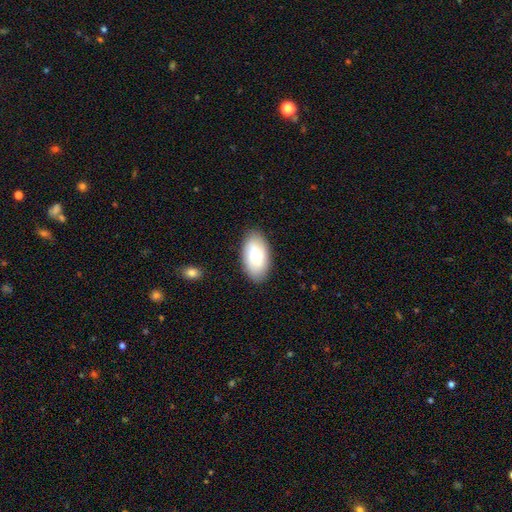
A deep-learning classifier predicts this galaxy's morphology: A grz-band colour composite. It shows a smooth galaxy with no disk features (75%) that is in between round and cigar-shaped (95%). Merging: none (87%).